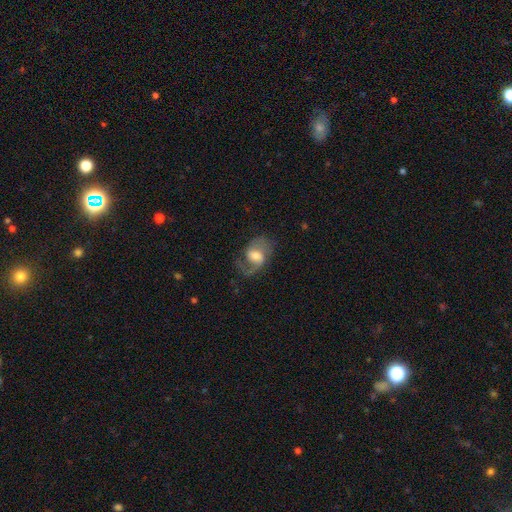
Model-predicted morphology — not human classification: A featured or disk galaxy (70%) with a weak bar (50%), 2 (69%) medium (46%) spiral arms (89%) and a moderate central bulge (54%).

Vote fractions:
- Smooth or featured? featured or disk: 70% / smooth: 23% / star or artifact: 7%
- Edge-on disk? no: 97% / yes: 3%
- Bar? weak: 50% / no: 33% / strong: 17%
- Spiral arms? yes: 89% / no: 11%
- Spiral winding? medium: 46% / loose: 41% / tight: 13%
- Spiral arm count? 2: 69% / 1: 22% / can't tell: 6% / 3: 1% / 4: 1% / more than 4: 1%
- Bulge size? moderate: 54% / large: 22% / small: 18% / none: 4% / dominant: 2%
- Merging? none: 54% / major disturbance: 24% / minor disturbance: 20% / merger: 2%